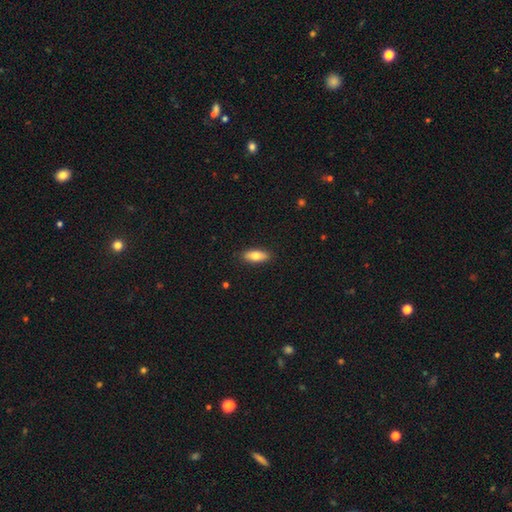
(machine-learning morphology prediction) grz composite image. It shows a smooth galaxy with no disk features (75%) that is in between round and cigar-shaped (75%). Merging: none (88%).